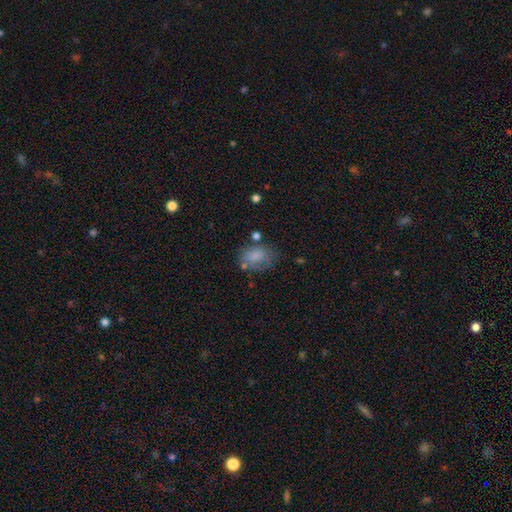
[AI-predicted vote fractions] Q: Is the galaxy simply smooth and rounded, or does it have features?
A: smooth — 74%.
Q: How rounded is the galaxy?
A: in between — 71%.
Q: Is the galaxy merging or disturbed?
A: none — 51%.